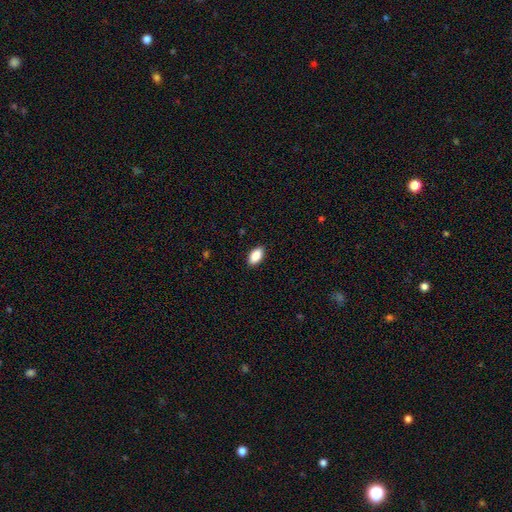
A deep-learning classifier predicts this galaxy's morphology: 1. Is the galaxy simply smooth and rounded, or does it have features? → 87% smooth, 7% star or artifact, 6% featured or disk.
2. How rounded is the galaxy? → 92% in between, 4% cigar-shaped, 3% round.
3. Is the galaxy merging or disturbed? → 88% none, 9% minor disturbance, 2% major disturbance, 1% merger.